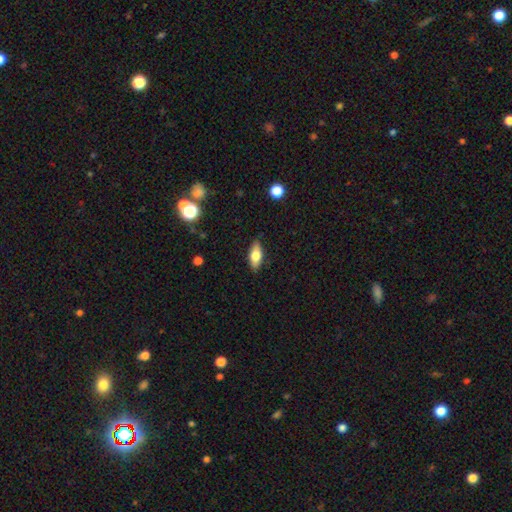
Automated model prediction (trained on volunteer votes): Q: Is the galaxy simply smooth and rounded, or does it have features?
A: smooth — 69%.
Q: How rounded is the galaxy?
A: in between — 78%.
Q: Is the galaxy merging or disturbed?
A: none — 86%.